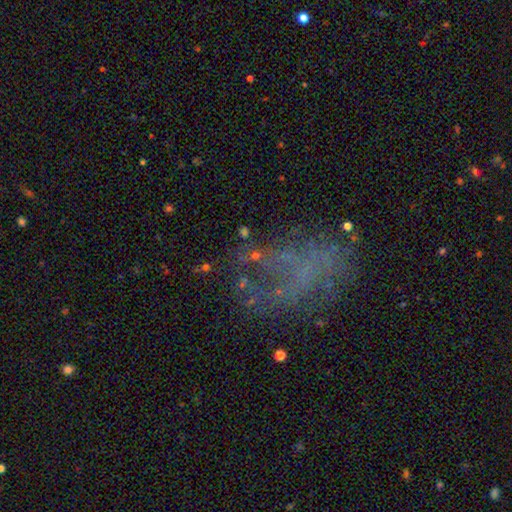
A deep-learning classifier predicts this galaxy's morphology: Smooth or featured: star or artifact — 39% (featured or disk — 36%)